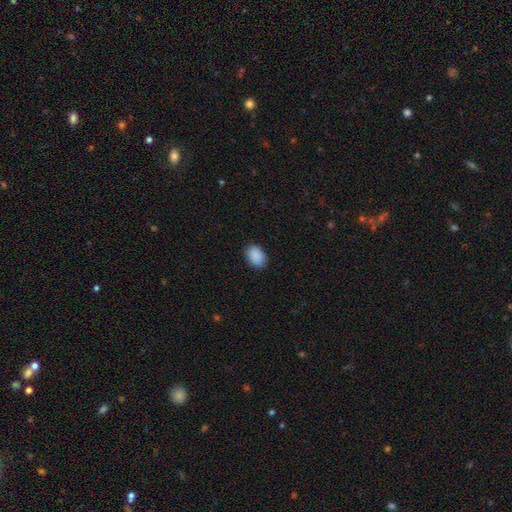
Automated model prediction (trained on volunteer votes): Q: Smooth or featured?
A: smooth (90%); runner-up: star or artifact (7%)
Q: How rounded?
A: in between (82%); runner-up: round (17%)
Q: Merging?
A: none (84%); runner-up: minor disturbance (12%)